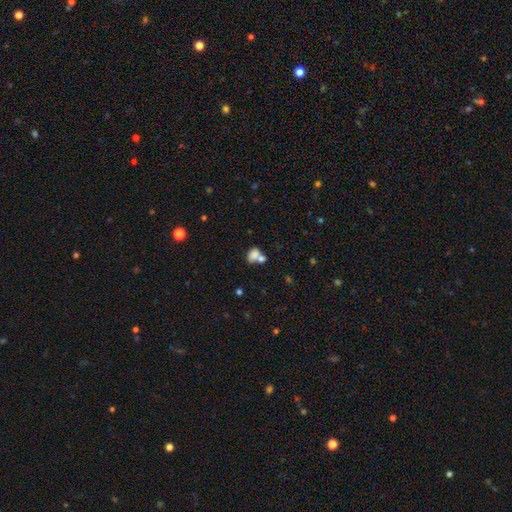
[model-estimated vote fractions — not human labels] Smooth or featured?
  - smooth: 77% *
  - featured or disk: 13%
  - star or artifact: 11%
How rounded?
  - in between: 71% *
  - round: 28%
  - cigar-shaped: 2%
Merging?
  - merger: 55% *
  - none: 28%
  - minor disturbance: 10%
  - major disturbance: 6%